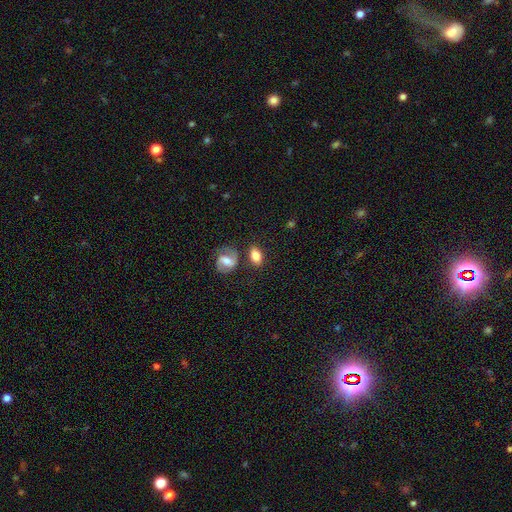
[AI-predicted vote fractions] smooth-or-featured: smooth: 77% | featured or disk: 17% | star or artifact: 7%
  how-rounded: in between: 84% | round: 13% | cigar-shaped: 3%
  merging: none: 71% | minor disturbance: 14% | merger: 11% | major disturbance: 5%